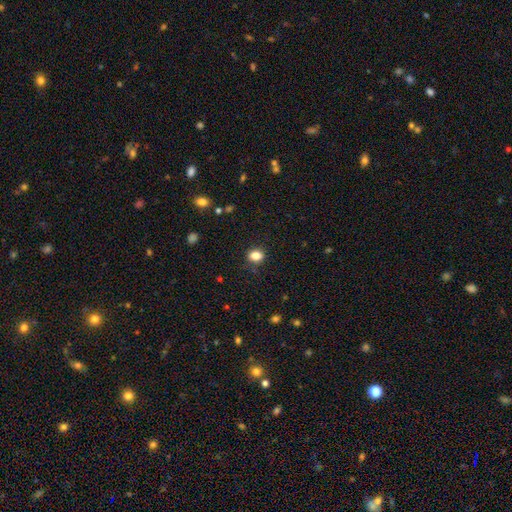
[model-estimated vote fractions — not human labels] Morphology: type=smooth (84%); roundness=in between (51%); merging=none (85%).